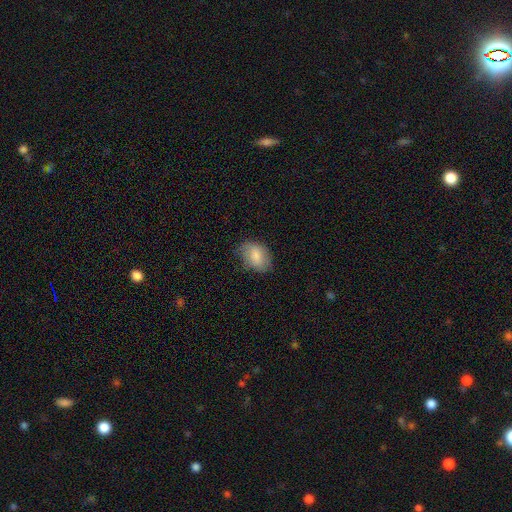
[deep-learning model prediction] Overall: smooth (79%). How rounded: in between (79%). Merging: none (67%).